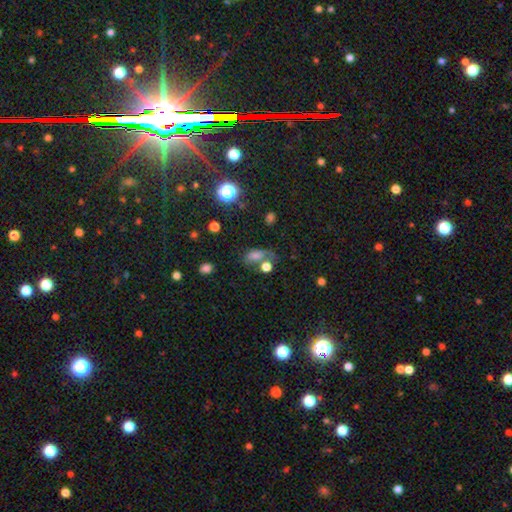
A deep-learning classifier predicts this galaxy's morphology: A smooth galaxy with no disk features (59%) that is in between round and cigar-shaped (77%).

Vote fractions:
- Smooth or featured? smooth: 59% / star or artifact: 25% / featured or disk: 16%
- How rounded? in between: 77% / round: 17% / cigar-shaped: 6%
- Merging? none: 43% / merger: 24% / minor disturbance: 19% / major disturbance: 15%